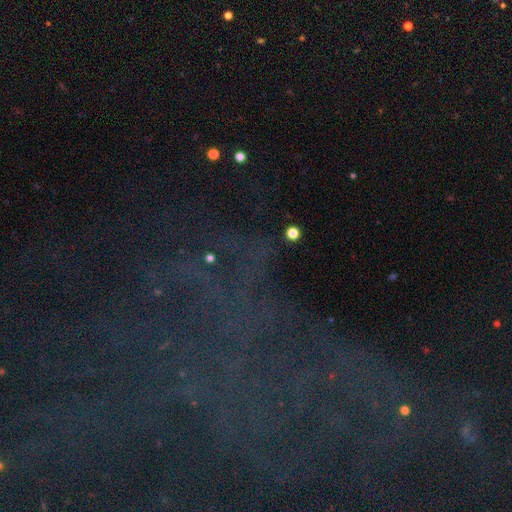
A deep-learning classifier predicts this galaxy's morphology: Smooth or featured: star or artifact — 77% (featured or disk — 12%)